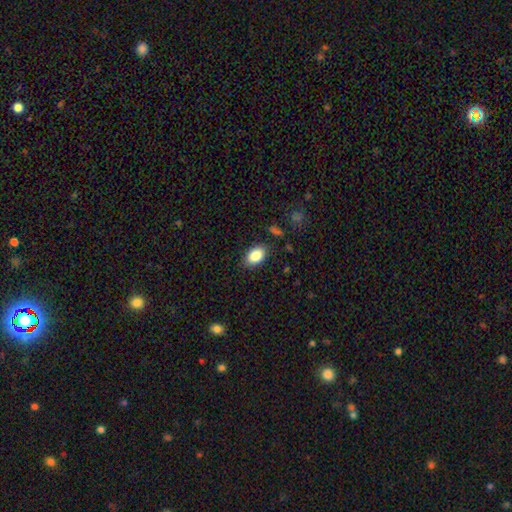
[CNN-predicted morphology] A smooth galaxy with no disk features (85%) that is in between round and cigar-shaped (86%). Merging: none (85%).